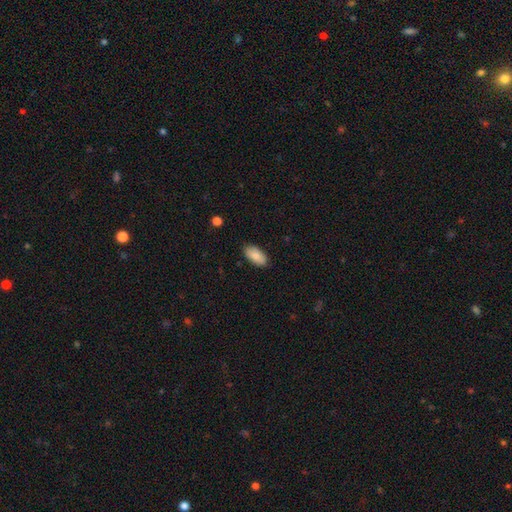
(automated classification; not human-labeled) This appears to be a smooth galaxy with no disk features (87%) that is in between round and cigar-shaped (94%). Merging: none (87%).